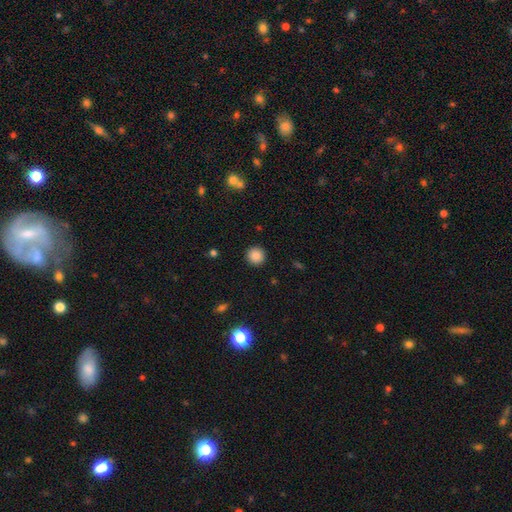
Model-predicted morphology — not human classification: smooth_or_featured: smooth (p=0.87) [alt: star or artifact p=0.10]
how_rounded: round (p=0.95) [alt: in between p=0.04]
merging: none (p=0.92) [alt: minor disturbance p=0.05]